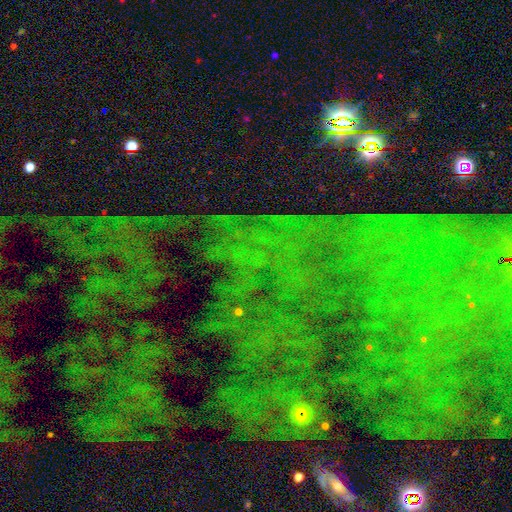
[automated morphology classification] Smooth or featured? star or artifact (79%)